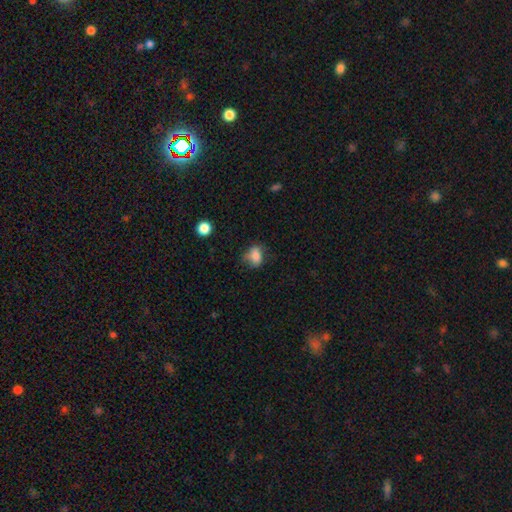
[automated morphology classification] smooth 79%, featured or disk 11%, star or artifact 10%. Down the decision tree: how rounded — in between (63%); merging — none (54%).